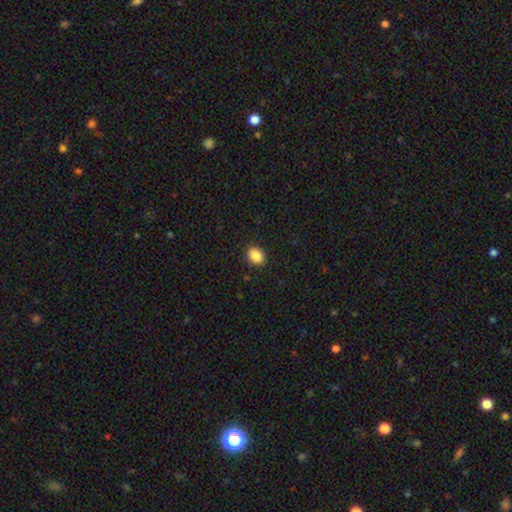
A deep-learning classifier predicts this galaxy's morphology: The model was most divided on "how rounded": in between: 62%, round: 37%, cigar-shaped: 1%. More confident: merging — none (90%); smooth or featured — smooth (88%).